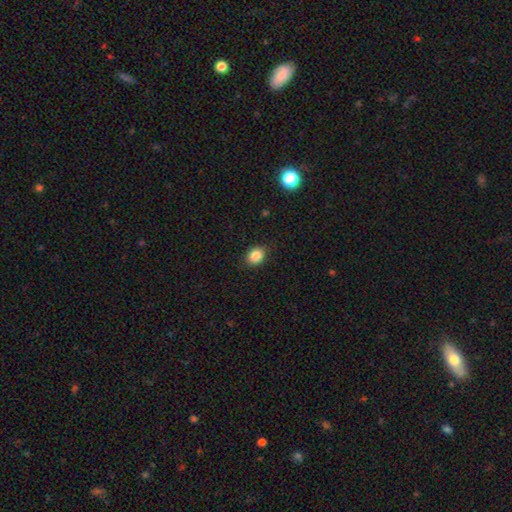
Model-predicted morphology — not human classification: A smooth galaxy with no disk features (85%) that is in between round and cigar-shaped (52%). Merging: none (86%).